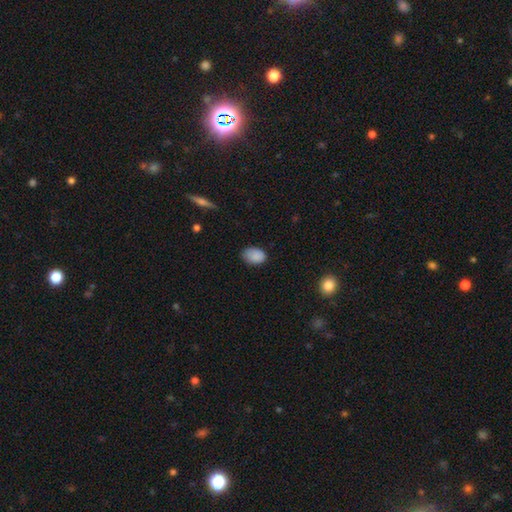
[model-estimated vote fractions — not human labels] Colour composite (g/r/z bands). It shows a smooth galaxy with no disk features (87%) that is in between round and cigar-shaped (81%). Merging: none (72%).